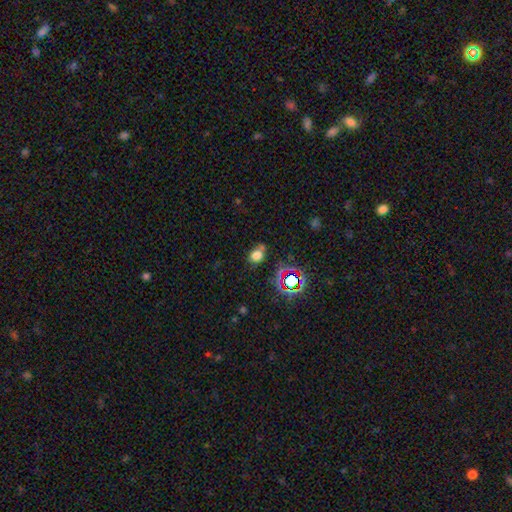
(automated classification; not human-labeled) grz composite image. It shows a smooth galaxy with no disk features (69%) that is round (51%). Merging: none (59%).